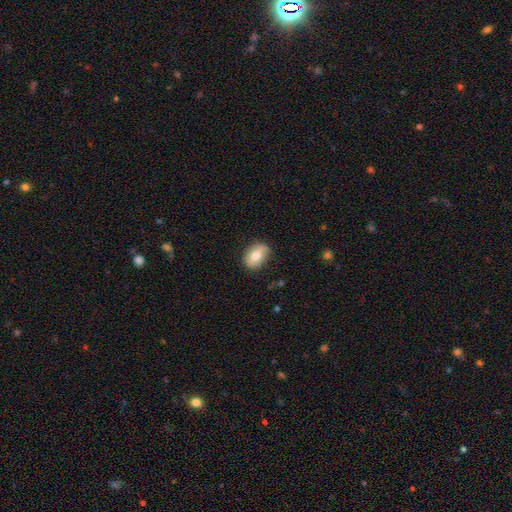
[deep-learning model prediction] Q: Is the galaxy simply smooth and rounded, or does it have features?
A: smooth — 72%.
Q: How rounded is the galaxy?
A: in between — 79%.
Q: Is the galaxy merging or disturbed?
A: none — 73%.